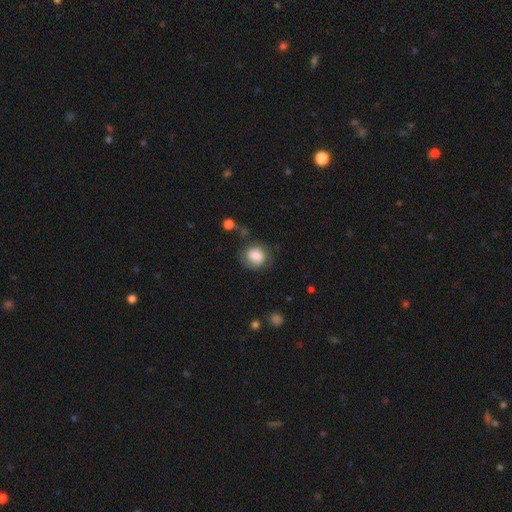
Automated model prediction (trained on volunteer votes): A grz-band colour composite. It shows a smooth galaxy with no disk features (74%) that is round (71%). Merging: none (62%).